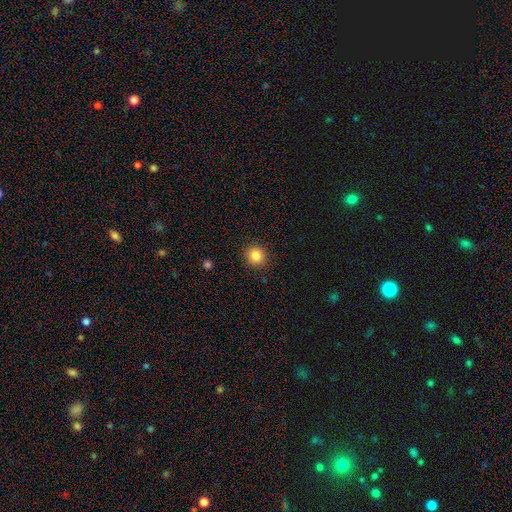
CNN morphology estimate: A smooth galaxy with no disk features (85%) that is round (90%). Merging: none (91%).